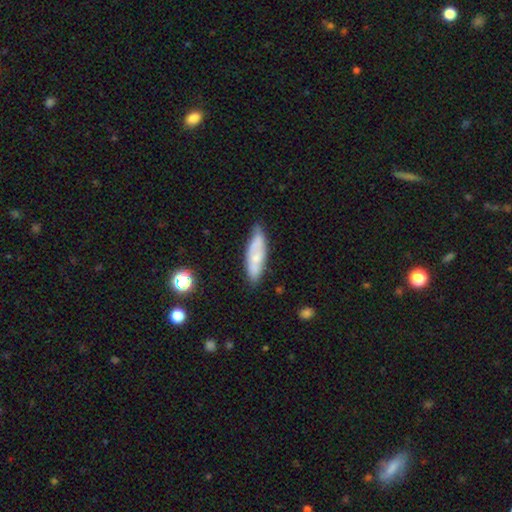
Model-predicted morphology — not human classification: A smooth galaxy with no disk features (51%) that is cigar-shaped (52%). Merging: none (68%).